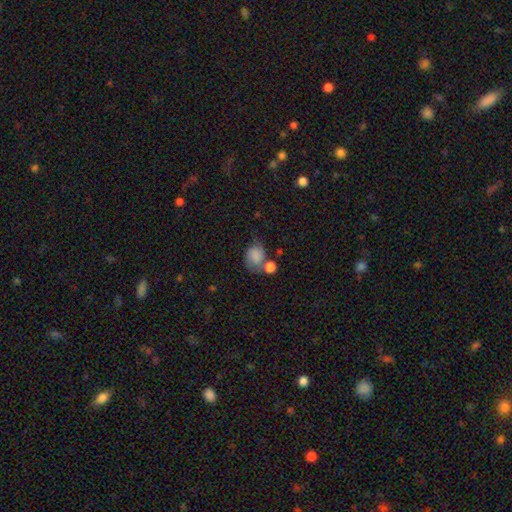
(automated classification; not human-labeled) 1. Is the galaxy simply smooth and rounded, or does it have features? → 74% smooth, 17% featured or disk, 10% star or artifact.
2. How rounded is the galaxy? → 56% round, 42% in between, 1% cigar-shaped.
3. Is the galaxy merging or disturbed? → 39% none, 26% merger, 23% minor disturbance, 13% major disturbance.